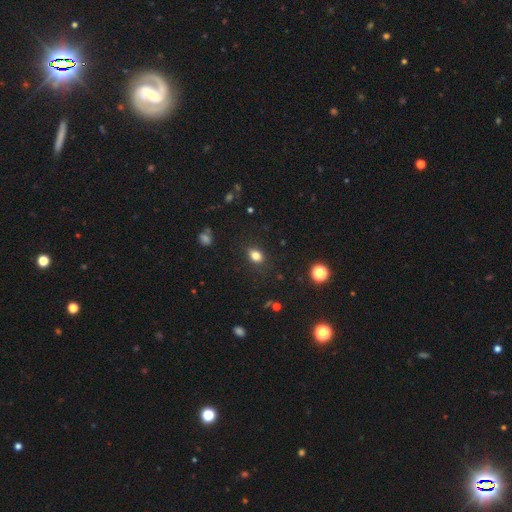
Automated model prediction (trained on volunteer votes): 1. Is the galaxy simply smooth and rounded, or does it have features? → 81% smooth, 13% star or artifact, 7% featured or disk.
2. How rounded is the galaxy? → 66% in between, 33% round, 2% cigar-shaped.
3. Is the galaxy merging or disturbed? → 85% none, 11% minor disturbance, 3% major disturbance, 1% merger.